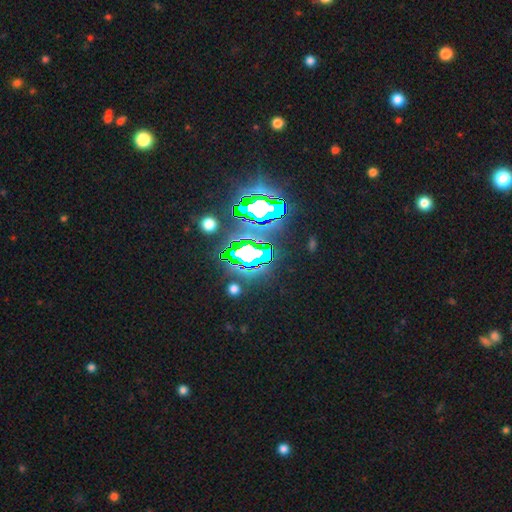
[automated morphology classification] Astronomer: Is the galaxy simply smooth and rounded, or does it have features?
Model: star or artifact — 72%.